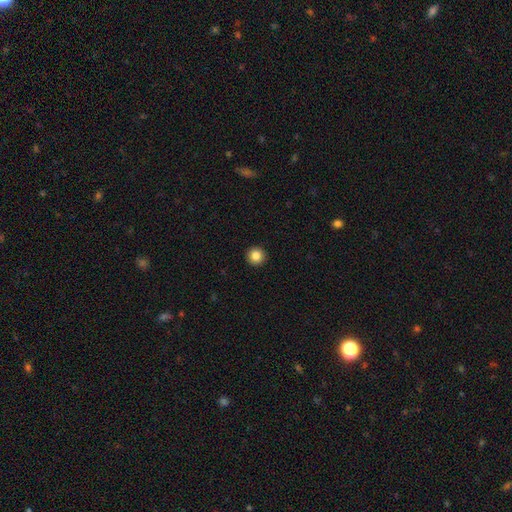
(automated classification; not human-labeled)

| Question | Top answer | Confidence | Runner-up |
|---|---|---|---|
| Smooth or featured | smooth | 85% | star or artifact (10%) |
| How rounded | round | 96% | in between (3%) |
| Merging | none | 94% | minor disturbance (4%) |